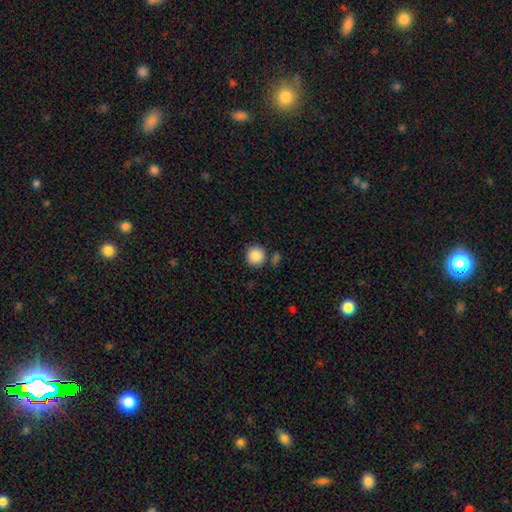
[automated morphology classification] Q: Smooth or featured?
A: smooth (88%); runner-up: star or artifact (8%)
Q: How rounded?
A: round (93%); runner-up: in between (6%)
Q: Merging?
A: none (80%); runner-up: minor disturbance (9%)